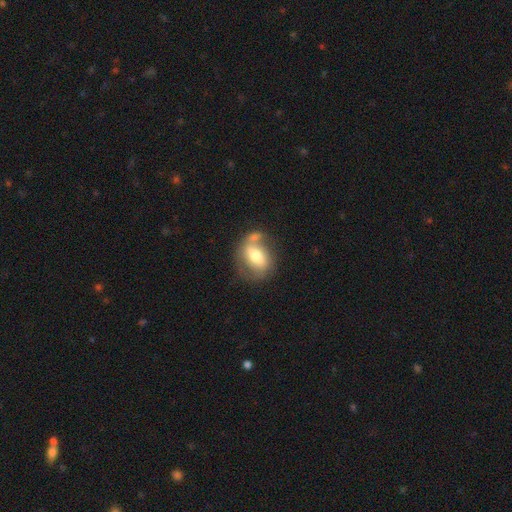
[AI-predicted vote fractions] This is possibly a smooth galaxy (54%). How rounded: likely in between (66%). Merging: marginally none (44%).